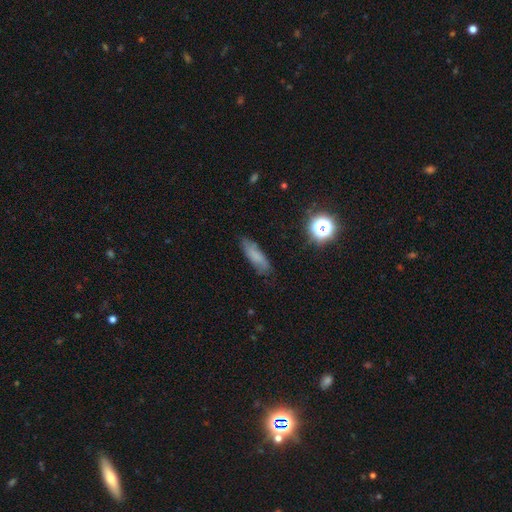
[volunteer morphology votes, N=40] A smooth galaxy with no disk features (70%) that is in between round and cigar-shaped (54%). Merging: none (81%).